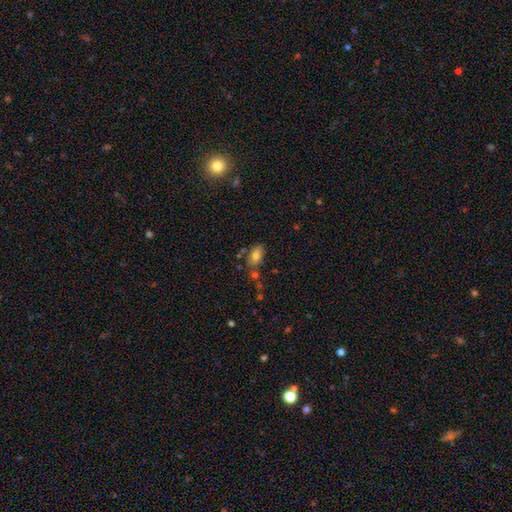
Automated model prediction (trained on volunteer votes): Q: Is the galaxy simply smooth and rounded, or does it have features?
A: smooth — 77%.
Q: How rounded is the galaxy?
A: in between — 87%.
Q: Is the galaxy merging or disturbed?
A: none — 65%.